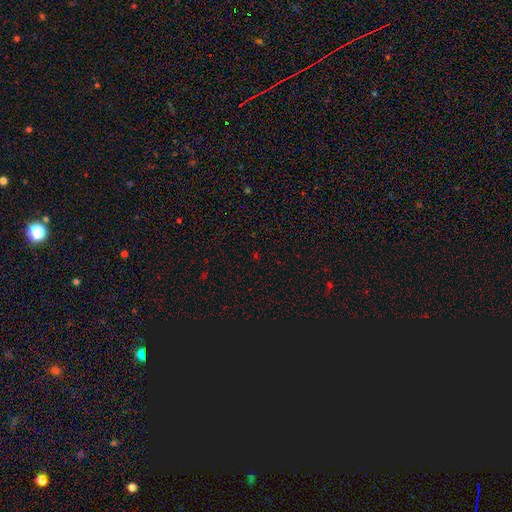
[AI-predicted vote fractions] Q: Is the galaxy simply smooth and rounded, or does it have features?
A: star or artifact — 66%.